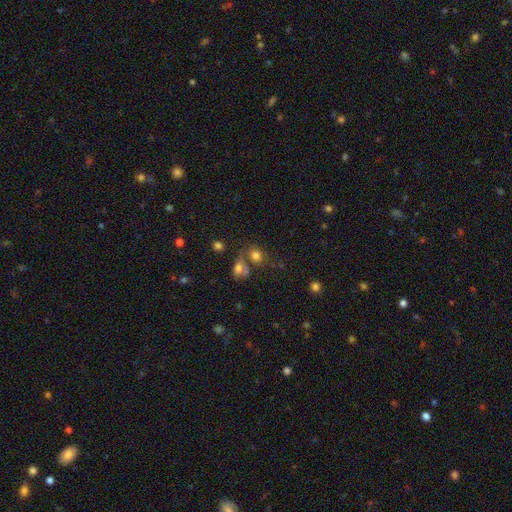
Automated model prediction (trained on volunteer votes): Morphology: type=smooth (75%); roundness=round (58%); merging=none (48%).